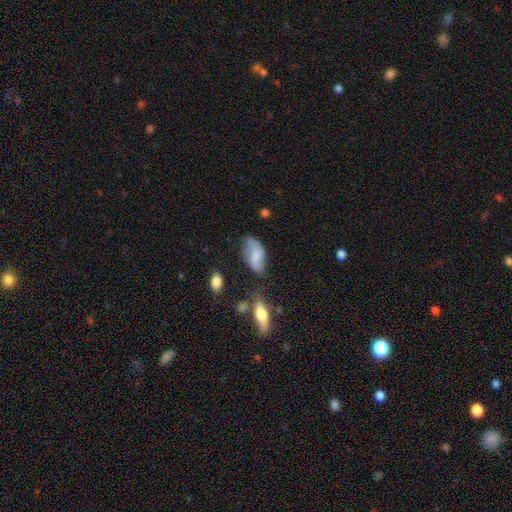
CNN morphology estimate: The model was most divided on "merging": none: 43%, minor disturbance: 31%, major disturbance: 17%, merger: 9%. More confident: how rounded — in between (89%); smooth or featured — smooth (60%).